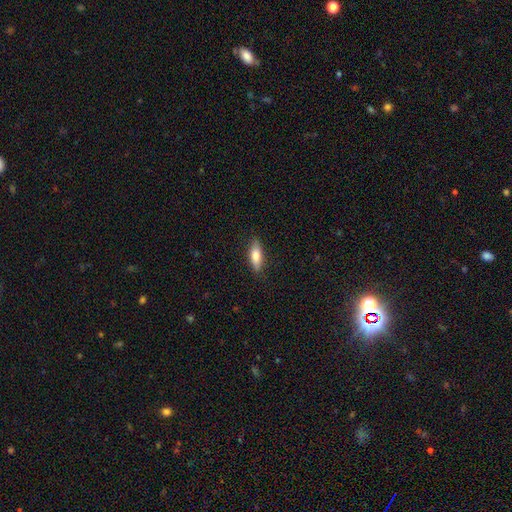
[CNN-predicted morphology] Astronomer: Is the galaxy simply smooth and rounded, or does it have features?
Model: smooth — 78%.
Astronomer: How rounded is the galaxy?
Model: in between — 62%.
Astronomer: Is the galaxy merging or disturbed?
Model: none — 85%.